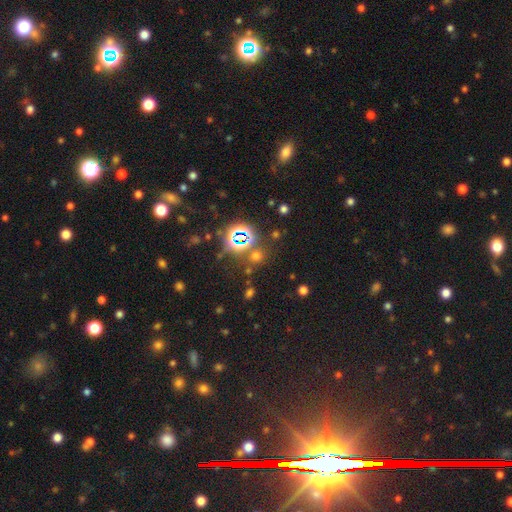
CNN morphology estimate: Smooth or featured: star or artifact — 48% (smooth — 44%)